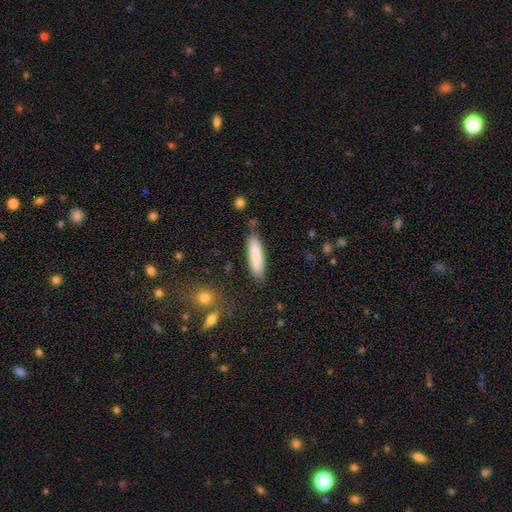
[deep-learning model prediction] Smooth or featured?
  - smooth: 85% *
  - featured or disk: 9%
  - star or artifact: 6%
How rounded?
  - cigar-shaped: 68% *
  - in between: 31%
  - round: 1%
Merging?
  - none: 82% *
  - minor disturbance: 12%
  - major disturbance: 3%
  - merger: 3%